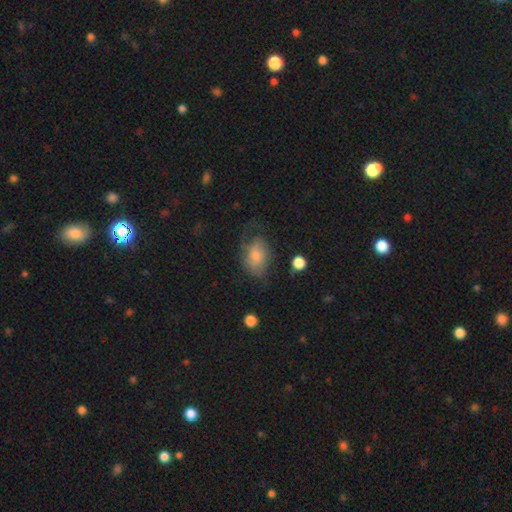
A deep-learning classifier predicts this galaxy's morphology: Smooth or featured: smooth — 61% (featured or disk — 29%)
How rounded: in between — 80% (round — 18%)
Merging: none — 43% (minor disturbance — 29%)